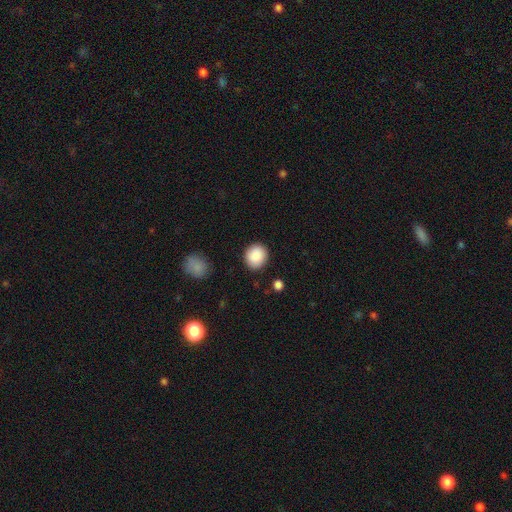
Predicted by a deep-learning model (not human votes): Smooth or featured? Predicted: smooth (p=0.89). How rounded? Predicted: round (p=0.79). Merging? Predicted: none (p=0.89).